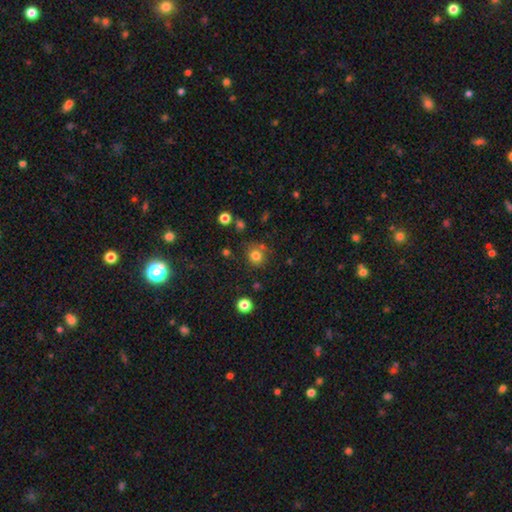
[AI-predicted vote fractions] A smooth galaxy with no disk features (79%) that is round (86%).

Vote fractions:
- Smooth or featured? smooth: 79% / star or artifact: 14% / featured or disk: 6%
- How rounded? round: 86% / in between: 13% / cigar-shaped: 1%
- Merging? none: 75% / minor disturbance: 12% / merger: 9% / major disturbance: 4%